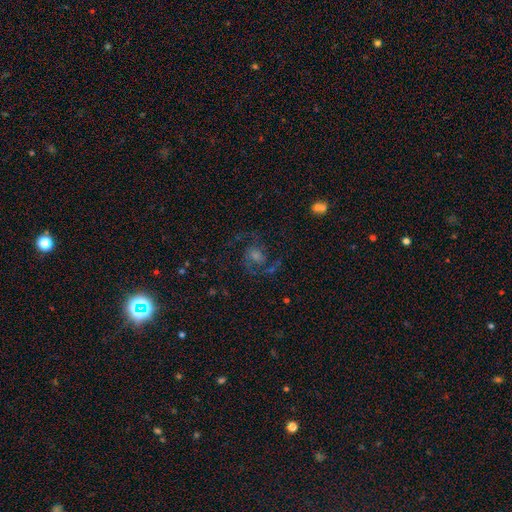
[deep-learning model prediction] smooth-or-featured: featured or disk: 80% | star or artifact: 12% | smooth: 8%
  disk-edge-on: no: 98% | yes: 2%
    bar: no: 53% | weak: 38% | strong: 9%
    has-spiral-arms: yes: 97% | no: 3%
      spiral-winding: medium: 60% | loose: 22% | tight: 18%
      spiral-arm-count: 2: 90% | can't tell: 3% | 3: 2% | 1: 2% | 4: 1% | more than 4: 1%
    bulge-size: moderate: 45% | small: 30% | large: 13% | none: 9% | dominant: 2%
  merging: none: 75% | minor disturbance: 12% | major disturbance: 10% | merger: 2%